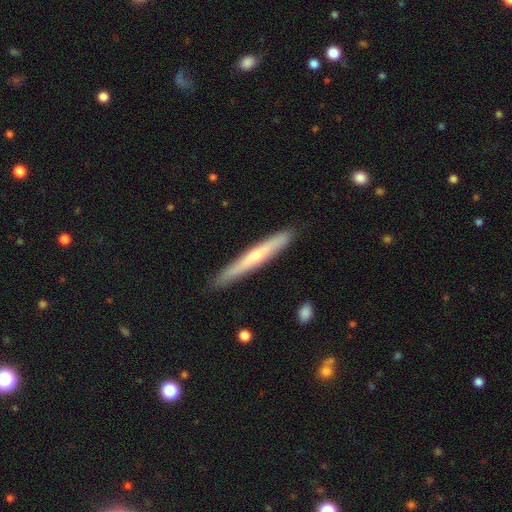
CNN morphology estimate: Smooth or featured: featured or disk — 57% (smooth — 36%)
Edge-on disk: yes — 94% (no — 6%)
Edge-on bulge: rounded — 67% (none — 30%)
Merging: none — 89% (minor disturbance — 8%)